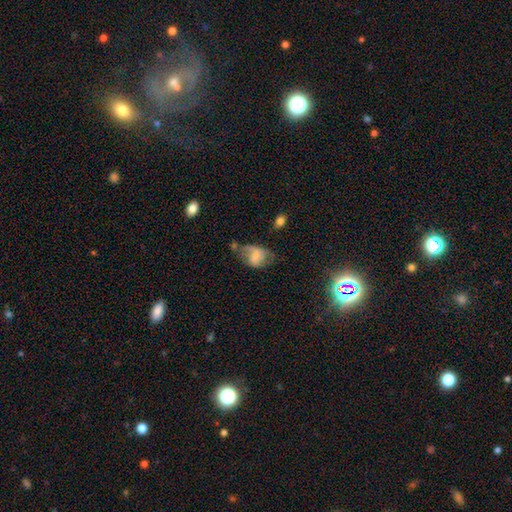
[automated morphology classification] The model was most divided on "merging": major disturbance: 32%, none: 30%, minor disturbance: 30%, merger: 8%. More confident: how rounded — in between (72%); smooth or featured — smooth (50%).